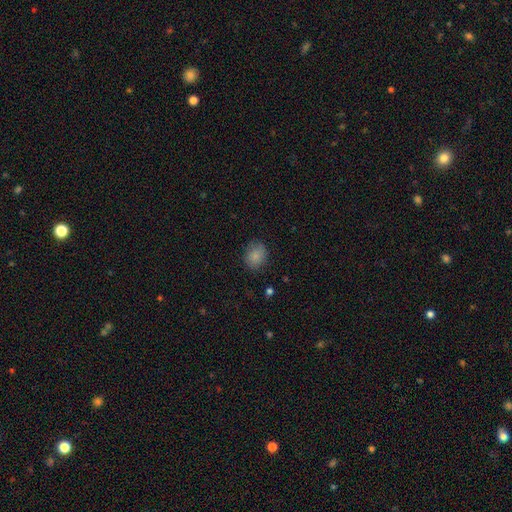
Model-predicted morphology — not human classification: A smooth galaxy with no disk features (85%) that is round (54%).

Vote fractions:
- Smooth or featured? smooth: 85% / star or artifact: 9% / featured or disk: 6%
- How rounded? round: 54% / in between: 45% / cigar-shaped: 1%
- Merging? none: 78% / minor disturbance: 16% / major disturbance: 4% / merger: 1%